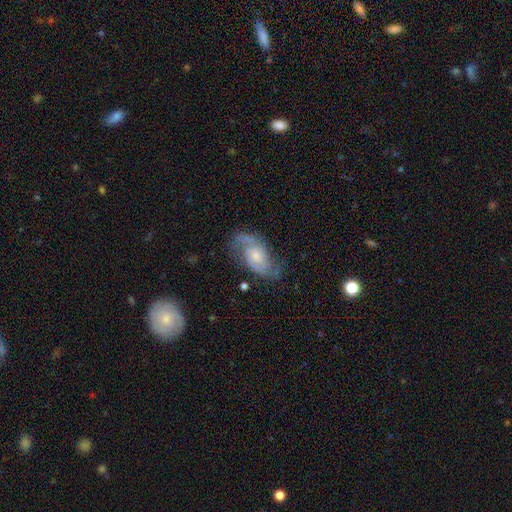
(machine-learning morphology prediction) Smooth or featured? Predicted: featured or disk (p=0.80). Edge-on disk? Predicted: no (p=0.96). Bar? Predicted: no (p=0.61). Spiral arms? Predicted: yes (p=0.94). Spiral winding? Predicted: medium (p=0.49). Spiral arm count? Predicted: 2 (p=0.82). Bulge size? Predicted: small (p=0.47). Merging? Predicted: none (p=0.65).